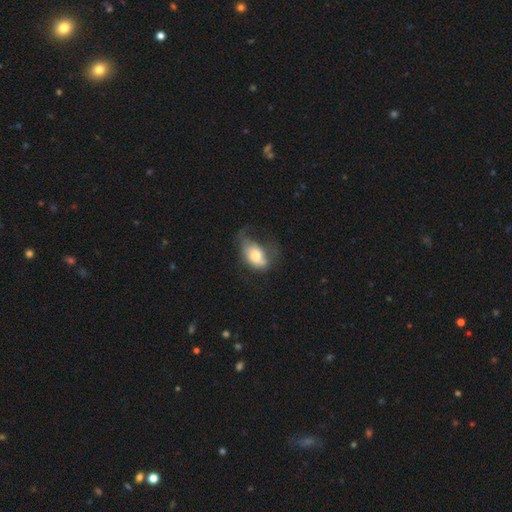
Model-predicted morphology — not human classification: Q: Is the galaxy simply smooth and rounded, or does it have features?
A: smooth — 63%.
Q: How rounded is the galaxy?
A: in between — 86%.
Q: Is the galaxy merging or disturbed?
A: minor disturbance — 35%.